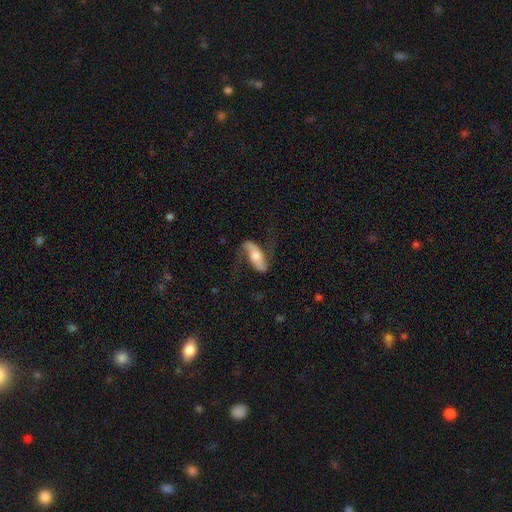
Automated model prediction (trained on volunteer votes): smooth_or_featured: featured or disk (p=0.70) [alt: smooth p=0.24]
disk_edge_on: no (p=0.81) [alt: yes p=0.19]
bar: strong (p=0.41) [alt: no p=0.33]
has_spiral_arms: yes (p=0.90) [alt: no p=0.10]
spiral_winding: loose (p=0.70) [alt: medium p=0.22]
spiral_arm_count: 2 (p=0.90) [alt: 1 p=0.04]
bulge_size: moderate (p=0.58) [alt: small p=0.26]
merging: none (p=0.66) [alt: minor disturbance p=0.18]